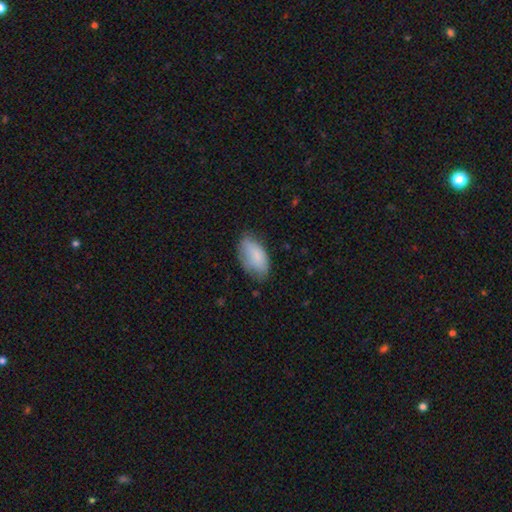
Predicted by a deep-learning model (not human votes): Smooth or featured: smooth — 81% (featured or disk — 12%)
How rounded: in between — 94% (round — 4%)
Merging: none — 59% (minor disturbance — 32%)